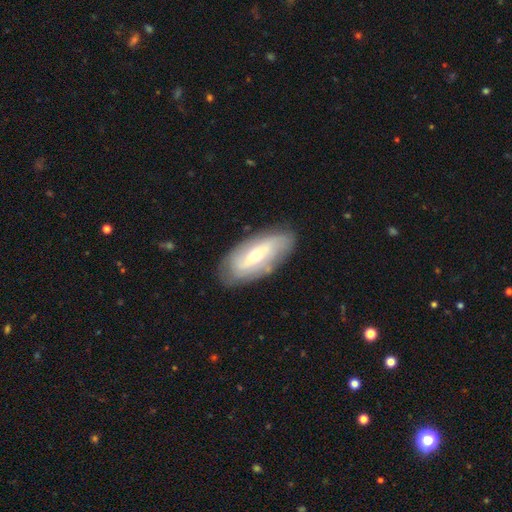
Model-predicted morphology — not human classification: Smooth or featured? Predicted: featured or disk (p=0.64). Edge-on disk? Predicted: no (p=0.85). Bar? Predicted: no (p=0.43). Spiral arms? Predicted: yes (p=0.71). Bulge size? Predicted: small (p=0.55). Merging? Predicted: none (p=0.79).